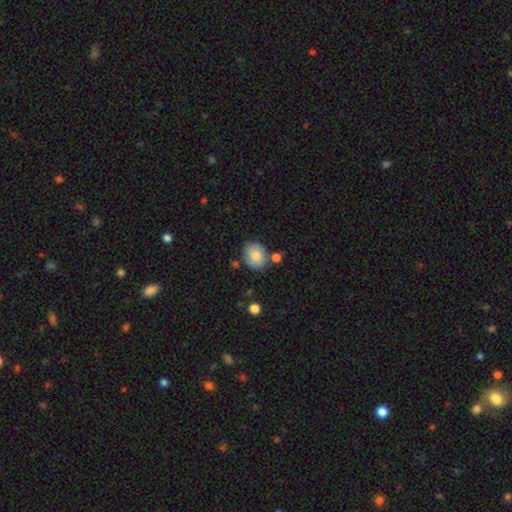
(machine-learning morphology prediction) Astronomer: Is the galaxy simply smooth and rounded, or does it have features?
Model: smooth — 82%.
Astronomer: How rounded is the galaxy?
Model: round — 61% (runner-up: in between, 38%).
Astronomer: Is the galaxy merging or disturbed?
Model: none — 68%.